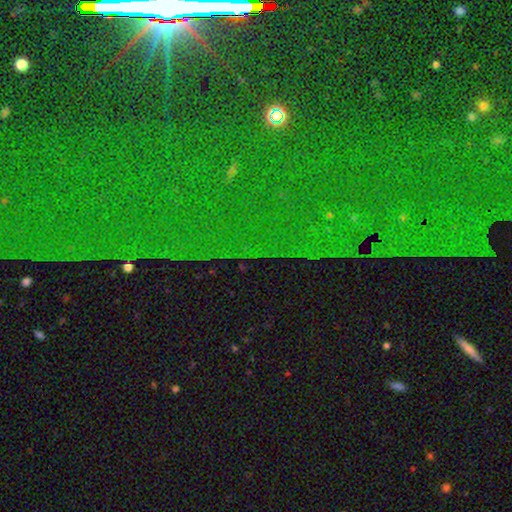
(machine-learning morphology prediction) Smooth or featured?
  - star or artifact: 86% *
  - featured or disk: 7%
  - smooth: 6%